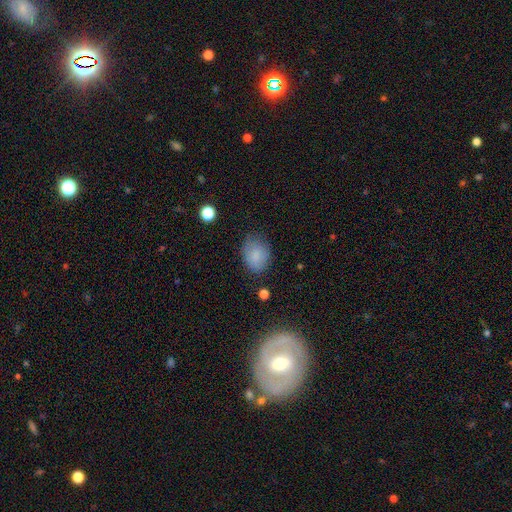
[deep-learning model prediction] Overall: smooth (83%). How rounded: in between (64%; round 35%). Merging: none (69%).